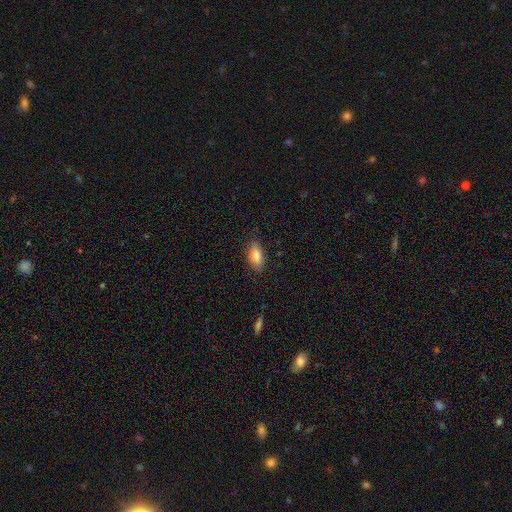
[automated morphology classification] Smooth or featured: smooth — 80% (featured or disk — 13%)
How rounded: in between — 84% (cigar-shaped — 13%)
Merging: none — 82% (minor disturbance — 14%)